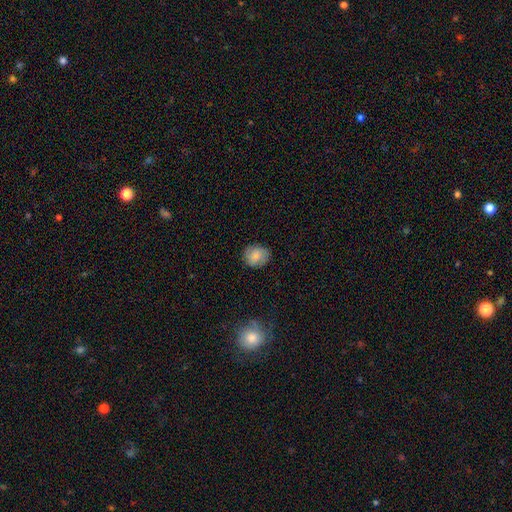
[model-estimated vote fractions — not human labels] Q: Smooth or featured?
A: smooth (79%); runner-up: featured or disk (13%)
Q: How rounded?
A: round (74%); runner-up: in between (25%)
Q: Merging?
A: none (82%); runner-up: minor disturbance (14%)